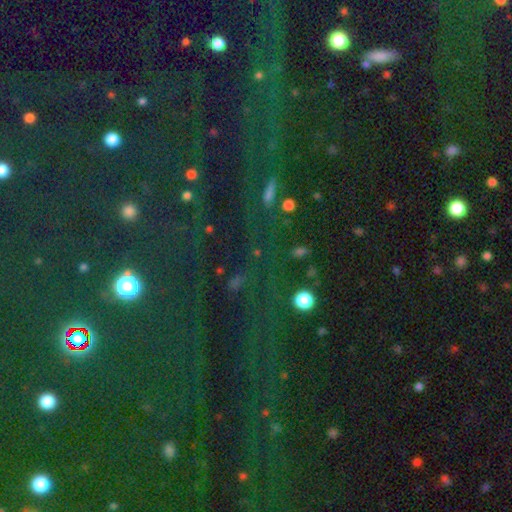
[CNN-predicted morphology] This appears to be a star or artifact, not a galaxy (78%).